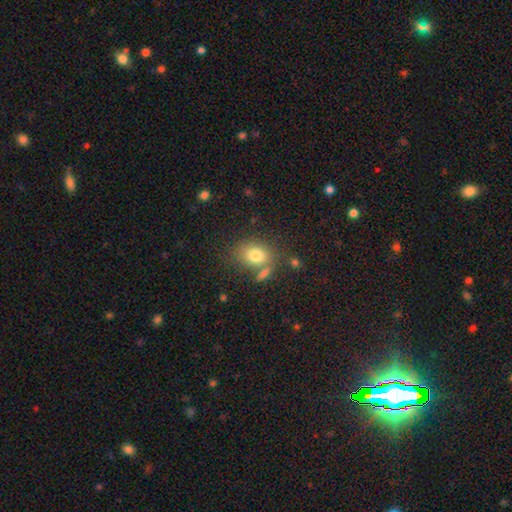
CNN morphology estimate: This appears to be a smooth galaxy with no disk features (78%) that is in between round and cigar-shaped (61%). Merging: none (63%).